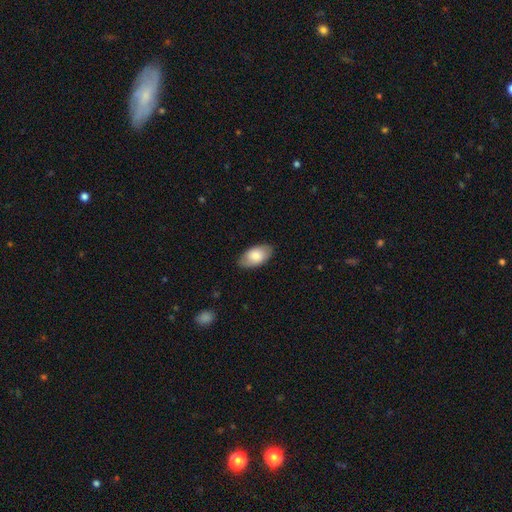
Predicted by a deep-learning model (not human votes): Overall: smooth (75%). How rounded: in between (94%). Merging: none (83%).